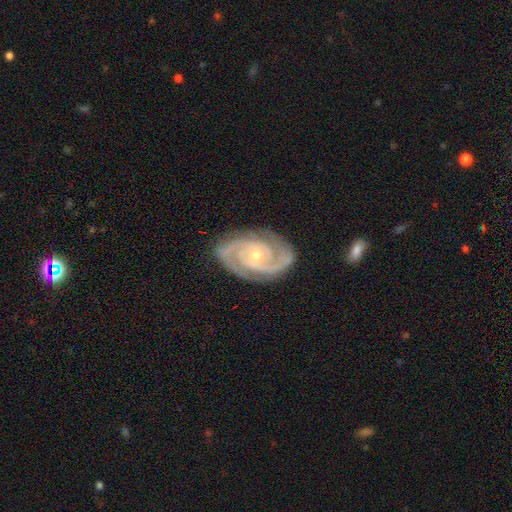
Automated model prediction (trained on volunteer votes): Morphology: type=featured or disk (93%); edge-on=no (97%); bar=no (64%); spiral arms=yes (99%); winding=tight (66%); arm count=2 (74%); bulge=small (61%); merging=none (83%).